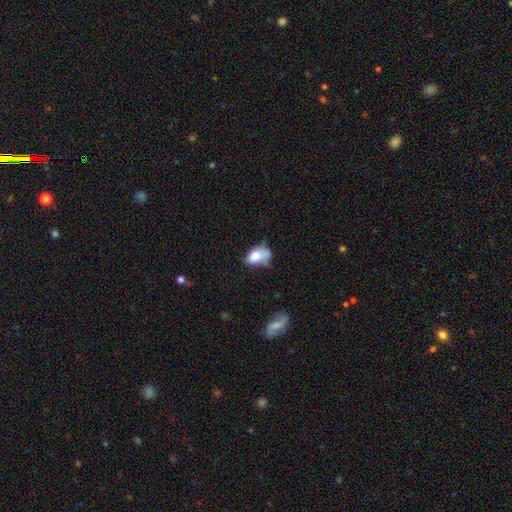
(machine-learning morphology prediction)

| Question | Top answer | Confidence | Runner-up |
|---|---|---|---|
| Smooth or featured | smooth | 71% | featured or disk (20%) |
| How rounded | in between | 83% | round (15%) |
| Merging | minor disturbance | 37% | none (29%) |